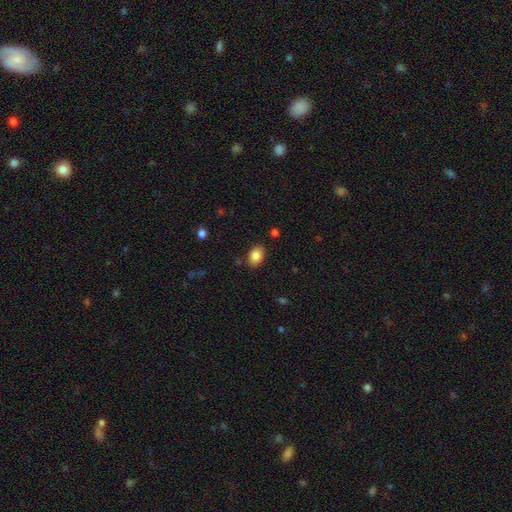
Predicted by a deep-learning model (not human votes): A smooth galaxy with no disk features (86%) that is in between round and cigar-shaped (84%).

Vote fractions:
- Smooth or featured? smooth: 86% / star or artifact: 8% / featured or disk: 6%
- How rounded? in between: 84% / round: 15% / cigar-shaped: 1%
- Merging? none: 85% / minor disturbance: 11% / major disturbance: 3% / merger: 2%